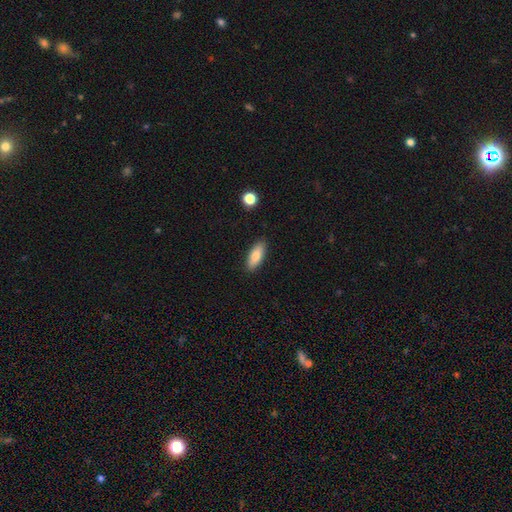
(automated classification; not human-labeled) Smooth or featured: smooth — 81% (featured or disk — 12%)
How rounded: in between — 71% (cigar-shaped — 27%)
Merging: none — 88% (minor disturbance — 9%)